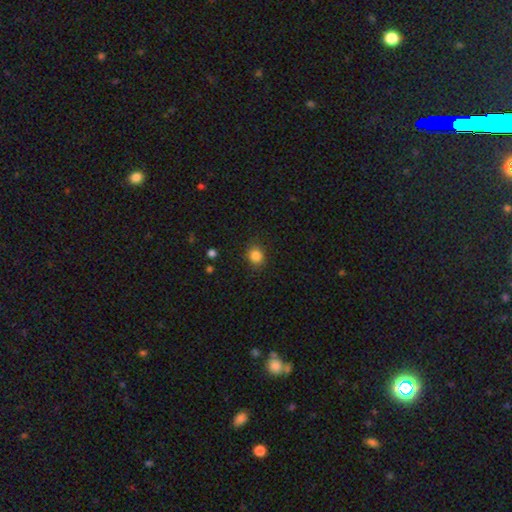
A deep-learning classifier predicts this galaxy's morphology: Smooth or featured? smooth (85%)
How rounded? round (73%)
Merging? none (86%)